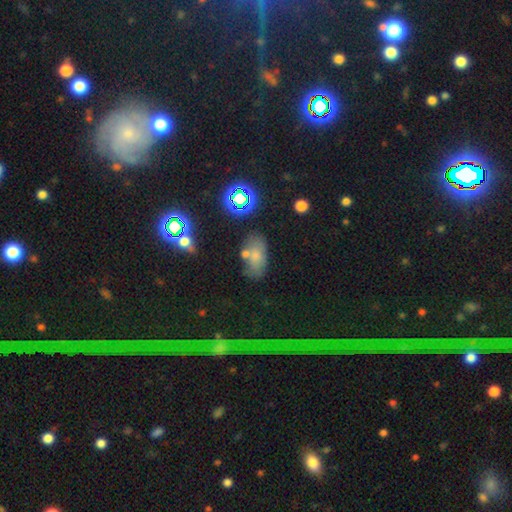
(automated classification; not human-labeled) Overall: smooth (65%). How rounded: in between (89%). Merging: none (58%; minor disturbance 19%).